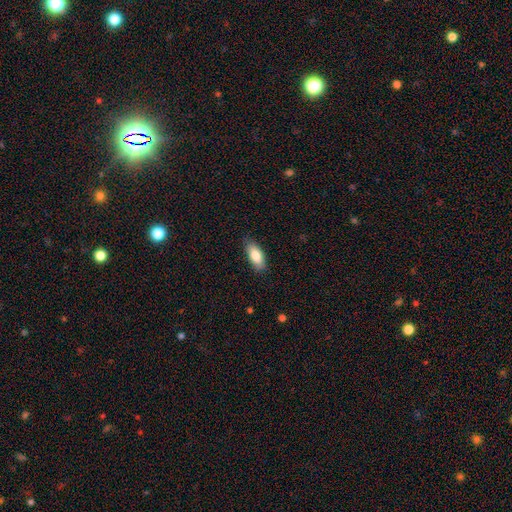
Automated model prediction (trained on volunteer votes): smooth 84%, featured or disk 10%, star or artifact 6%. Down the decision tree: how rounded — in between (85%); merging — none (84%).